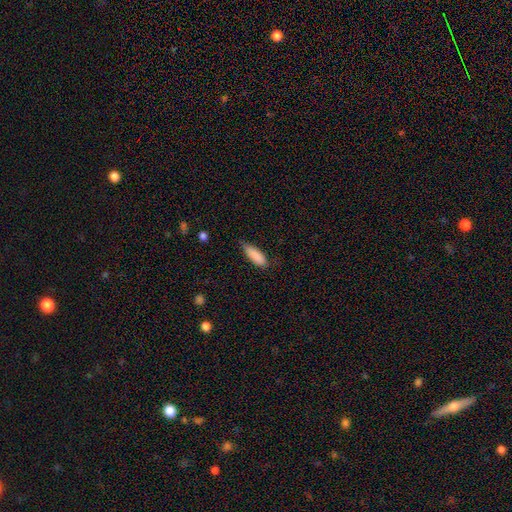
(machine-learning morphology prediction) Smooth or featured?
  - smooth: 88% *
  - star or artifact: 6%
  - featured or disk: 6%
How rounded?
  - in between: 54% *
  - cigar-shaped: 44%
  - round: 2%
Merging?
  - none: 65% *
  - minor disturbance: 29%
  - major disturbance: 4%
  - merger: 1%